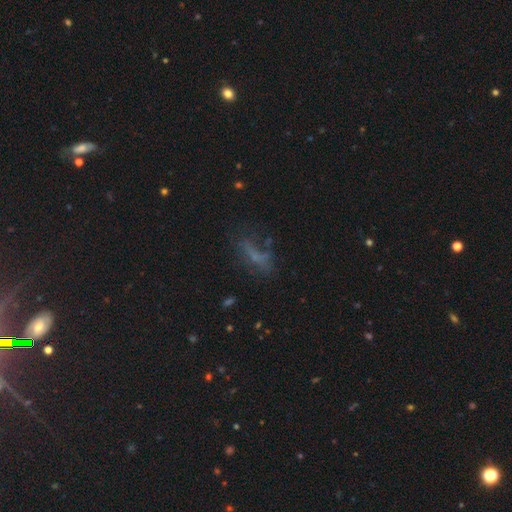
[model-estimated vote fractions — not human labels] smooth_or_featured: smooth (p=0.46) [alt: featured or disk p=0.32]
merging: none (p=0.45) [alt: major disturbance p=0.26]